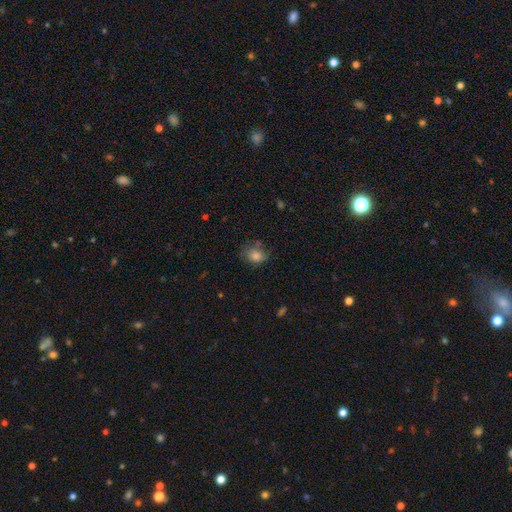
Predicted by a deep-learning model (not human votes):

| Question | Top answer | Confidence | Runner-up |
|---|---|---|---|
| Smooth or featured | smooth | 73% | featured or disk (16%) |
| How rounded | in between | 54% | round (45%) |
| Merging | none | 56% | minor disturbance (28%) |